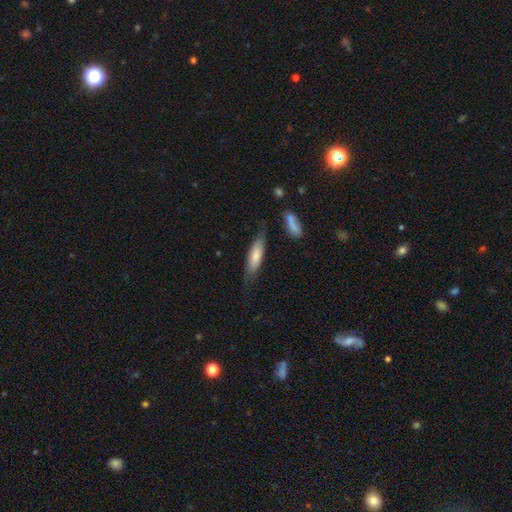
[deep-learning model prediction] A smooth galaxy with no disk features (71%) that is cigar-shaped (57%).

Vote fractions:
- Smooth or featured? smooth: 71% / featured or disk: 23% / star or artifact: 6%
- How rounded? cigar-shaped: 57% / in between: 41% / round: 2%
- Merging? none: 65% / minor disturbance: 23% / major disturbance: 7% / merger: 5%